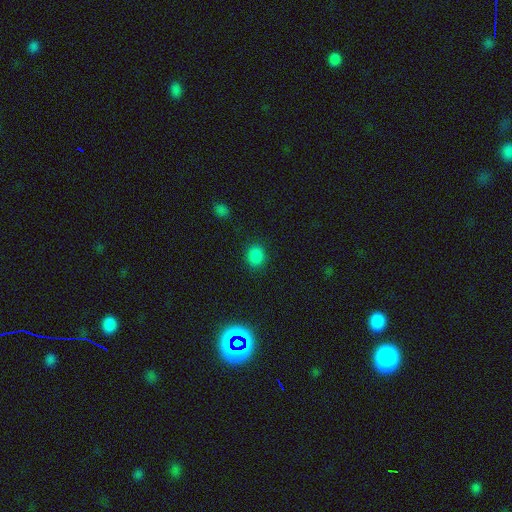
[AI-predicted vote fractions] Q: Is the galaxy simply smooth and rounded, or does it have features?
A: smooth — 83%.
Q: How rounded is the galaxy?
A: round — 62%.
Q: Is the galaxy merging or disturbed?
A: none — 88%.